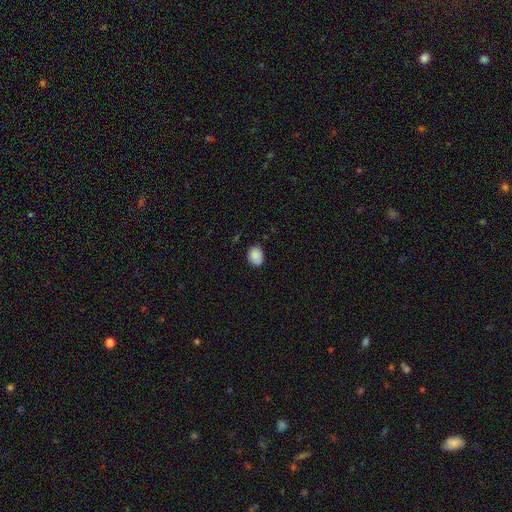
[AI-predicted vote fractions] Q: Smooth or featured?
A: smooth (88%); runner-up: star or artifact (8%)
Q: How rounded?
A: in between (53%); runner-up: round (46%)
Q: Merging?
A: none (81%); runner-up: minor disturbance (15%)